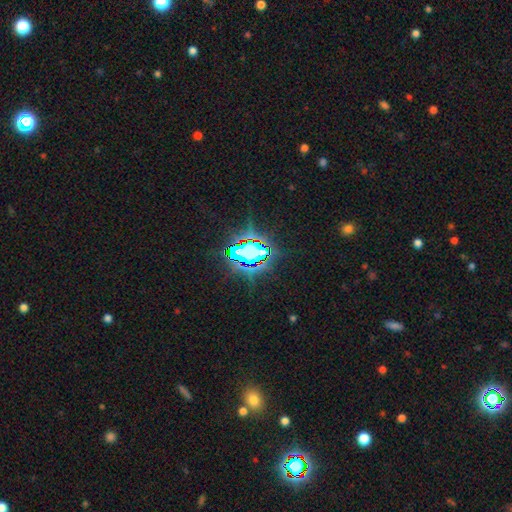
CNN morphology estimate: type=star or artifact (83%).